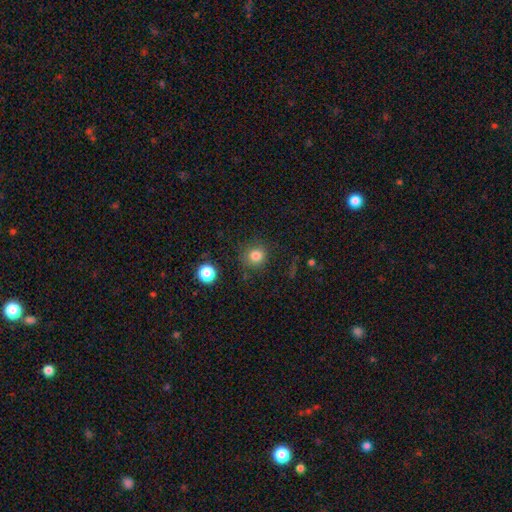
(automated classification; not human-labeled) A smooth galaxy with no disk features (81%) that is round (91%). Merging: none (85%).